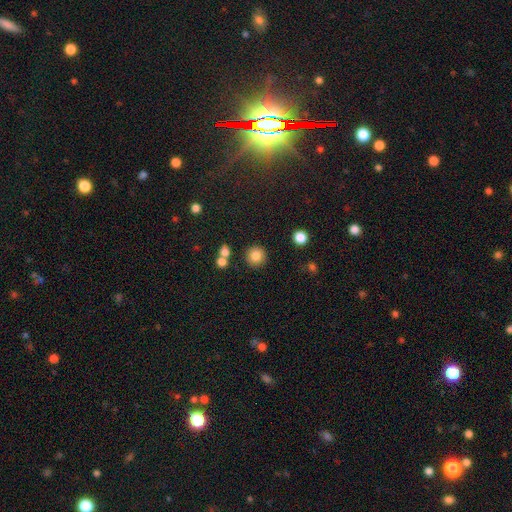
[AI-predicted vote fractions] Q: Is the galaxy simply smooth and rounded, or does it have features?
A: smooth — 83%.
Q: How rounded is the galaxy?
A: round — 94%.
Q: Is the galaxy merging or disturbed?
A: none — 84%.